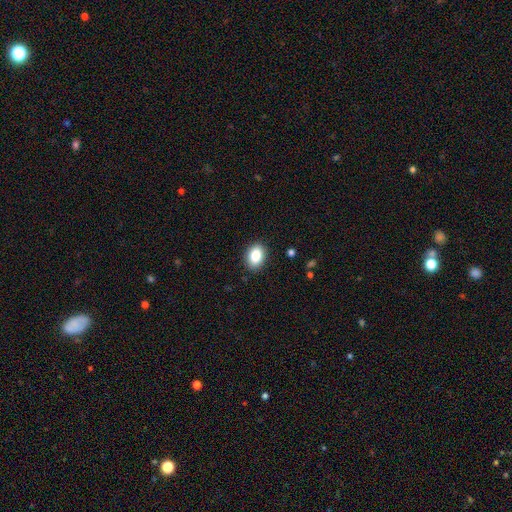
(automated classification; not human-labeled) Overall: smooth (85%). How rounded: in between (79%). Merging: none (89%).